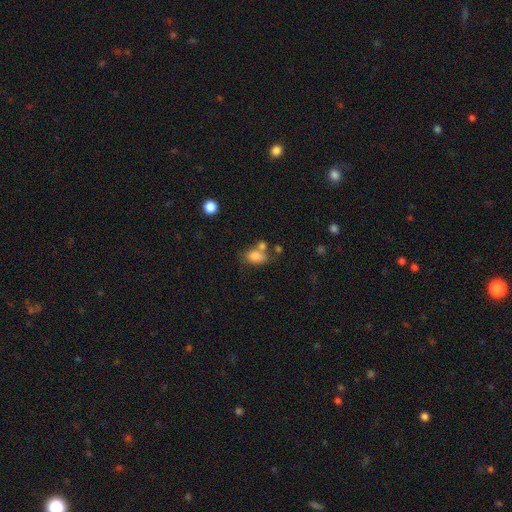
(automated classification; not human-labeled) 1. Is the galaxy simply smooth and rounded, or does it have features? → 81% smooth, 10% star or artifact, 9% featured or disk.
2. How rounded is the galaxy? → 82% in between, 16% round, 2% cigar-shaped.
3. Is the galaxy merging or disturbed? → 46% none, 30% merger, 16% minor disturbance, 7% major disturbance.